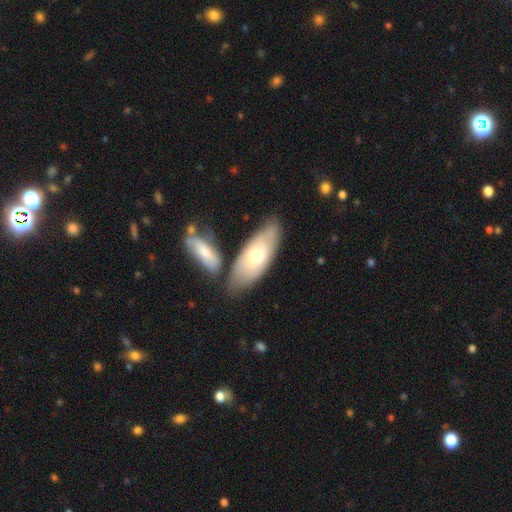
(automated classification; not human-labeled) A smooth galaxy with no disk features (62%) that is in between round and cigar-shaped (78%). Merging: none (64%).